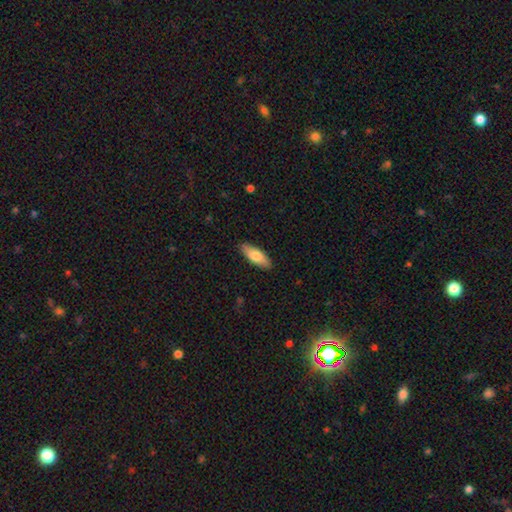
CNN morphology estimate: Q: Smooth or featured?
A: smooth (77%); runner-up: featured or disk (18%)
Q: How rounded?
A: in between (66%); runner-up: cigar-shaped (32%)
Q: Merging?
A: none (88%); runner-up: minor disturbance (9%)